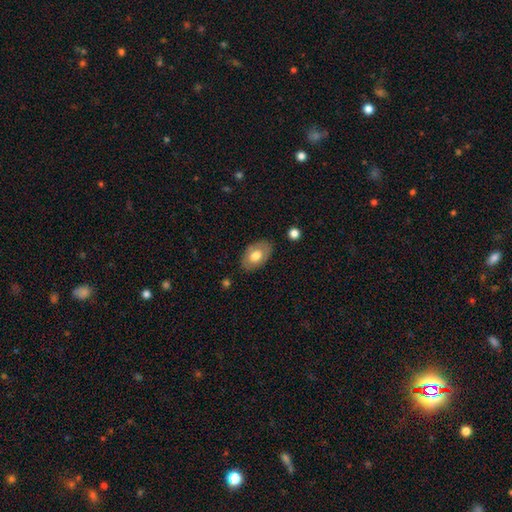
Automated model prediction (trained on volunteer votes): Overall: smooth (66%; featured or disk 28%). How rounded: in between (91%). Merging: none (82%).